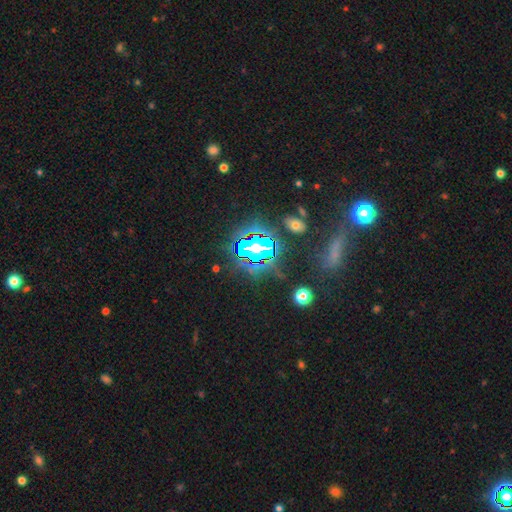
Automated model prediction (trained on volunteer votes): The model was most divided on "smooth or featured": star or artifact: 78%, smooth: 13%, featured or disk: 9%.